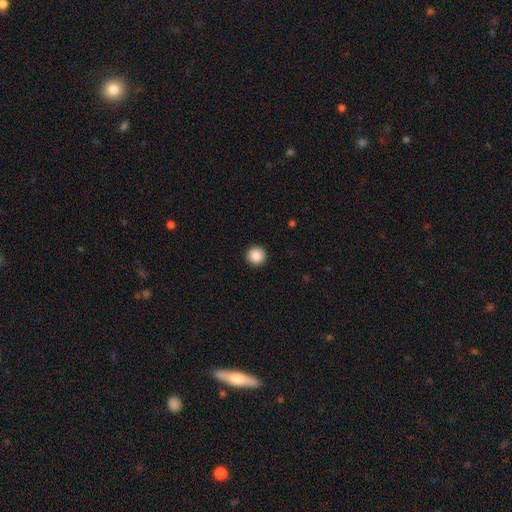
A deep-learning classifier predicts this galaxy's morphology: Smooth or featured? smooth (88%)
How rounded? round (96%)
Merging? none (93%)